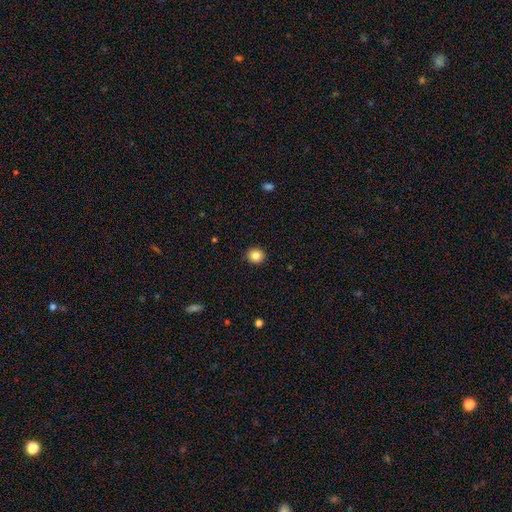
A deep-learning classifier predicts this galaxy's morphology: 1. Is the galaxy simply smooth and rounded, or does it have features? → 84% smooth, 10% star or artifact, 5% featured or disk.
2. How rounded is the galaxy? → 83% round, 16% in between, 1% cigar-shaped.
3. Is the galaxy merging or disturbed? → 90% none, 7% minor disturbance, 2% major disturbance, 1% merger.